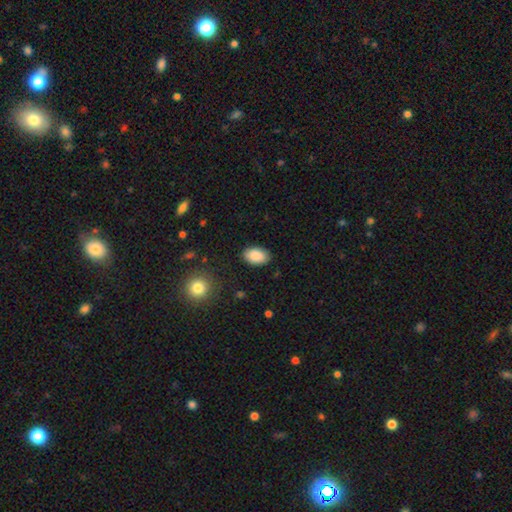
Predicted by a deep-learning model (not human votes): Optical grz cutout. It shows a smooth galaxy with no disk features (89%) that is in between round and cigar-shaped (91%). Merging: none (86%).